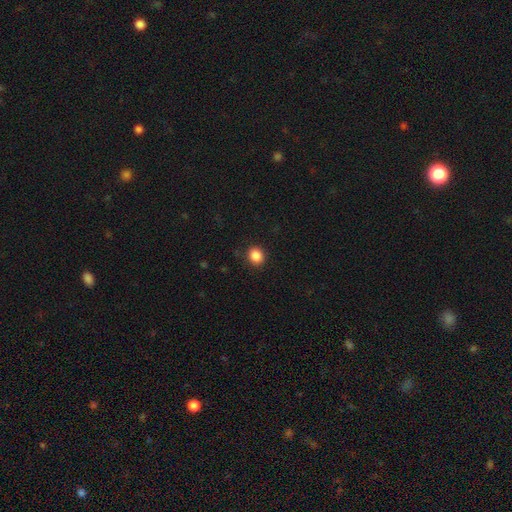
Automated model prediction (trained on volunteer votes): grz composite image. It shows a smooth galaxy with no disk features (87%) that is round (71%). Merging: none (89%).